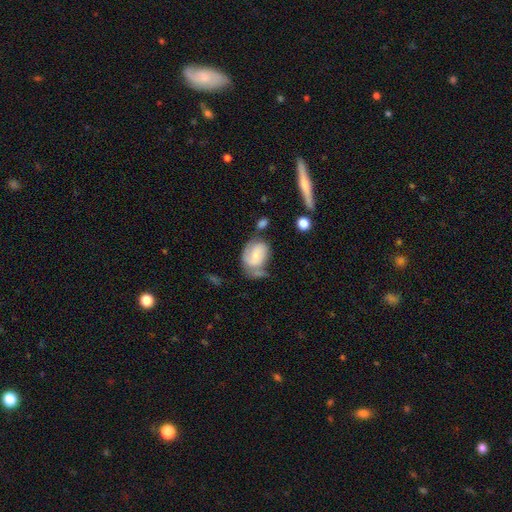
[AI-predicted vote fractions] This is possibly a smooth galaxy (47%). Merging: marginally none (33%).